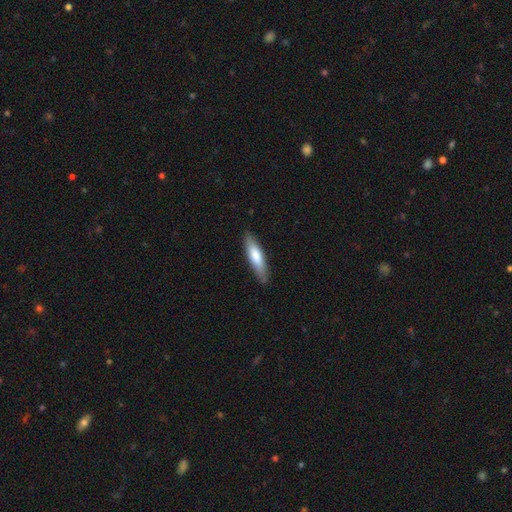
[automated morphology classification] The model was most divided on "how rounded": cigar-shaped: 74%, in between: 25%, round: 1%. More confident: merging — none (85%); smooth or featured — smooth (73%).